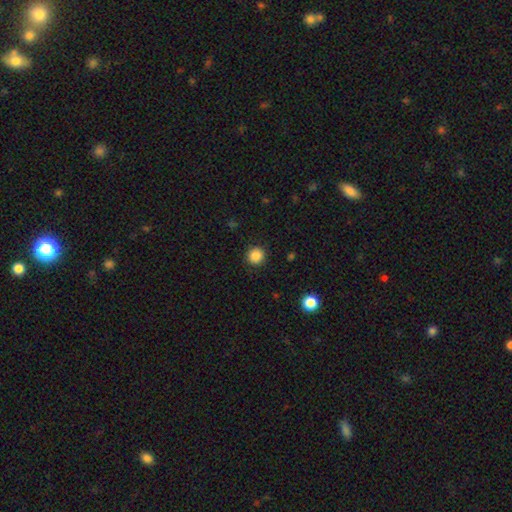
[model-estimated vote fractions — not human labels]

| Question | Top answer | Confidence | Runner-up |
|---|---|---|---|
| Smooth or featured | smooth | 87% | star or artifact (11%) |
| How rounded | round | 94% | in between (5%) |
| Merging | none | 92% | minor disturbance (5%) |